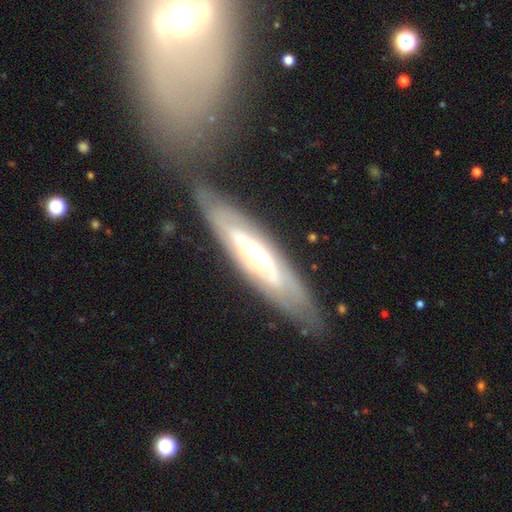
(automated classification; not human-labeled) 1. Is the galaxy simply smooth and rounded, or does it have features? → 74% featured or disk, 20% smooth, 6% star or artifact.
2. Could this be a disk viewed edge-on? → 60% no, 40% yes.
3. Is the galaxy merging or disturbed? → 70% none, 15% minor disturbance, 9% merger, 6% major disturbance.